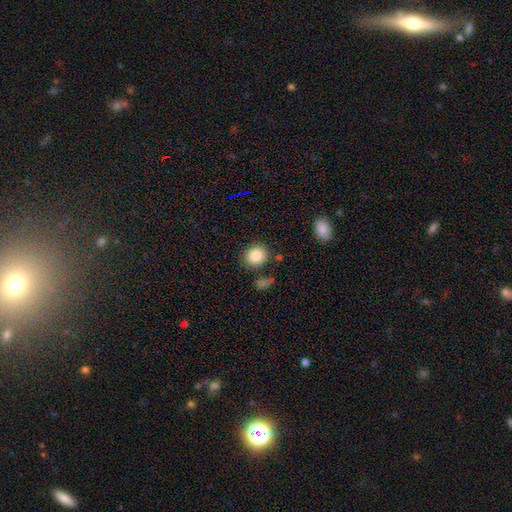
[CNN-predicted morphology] The model was most divided on "how rounded": round: 77%, in between: 22%, cigar-shaped: 1%. More confident: smooth or featured — smooth (85%); merging — none (81%).